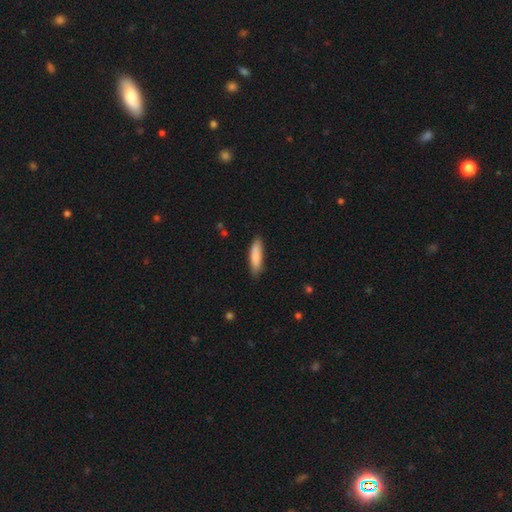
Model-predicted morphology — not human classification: A smooth galaxy with no disk features (84%) that is cigar-shaped (66%).

Vote fractions:
- Smooth or featured? smooth: 84% / featured or disk: 10% / star or artifact: 6%
- How rounded? cigar-shaped: 66% / in between: 33% / round: 1%
- Merging? none: 81% / minor disturbance: 15% / major disturbance: 2% / merger: 1%